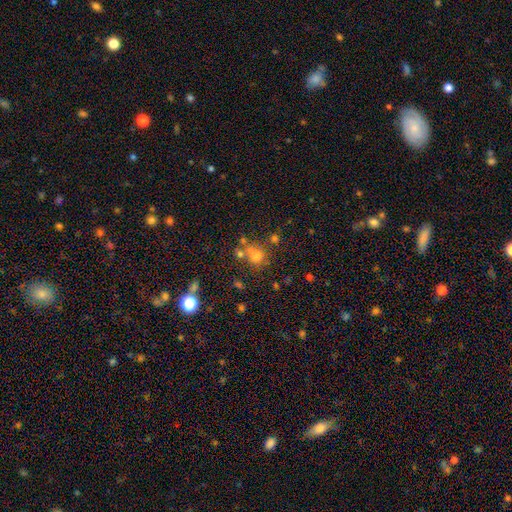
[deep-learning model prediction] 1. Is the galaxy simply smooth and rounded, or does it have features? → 59% smooth, 25% star or artifact, 16% featured or disk.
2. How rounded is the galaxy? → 72% round, 27% in between, 1% cigar-shaped.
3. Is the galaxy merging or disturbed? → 47% none, 31% merger, 13% minor disturbance, 10% major disturbance.